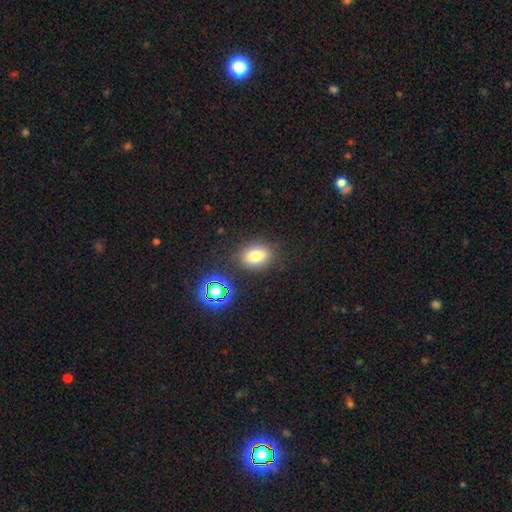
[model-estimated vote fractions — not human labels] smooth 75%, star or artifact 16%, featured or disk 9%. Down the decision tree: how rounded — in between (67%); merging — none (81%).